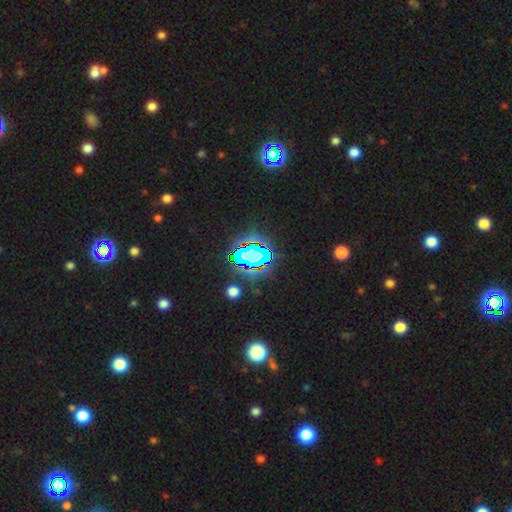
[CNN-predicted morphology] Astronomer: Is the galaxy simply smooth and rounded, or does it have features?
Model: star or artifact — 82%.